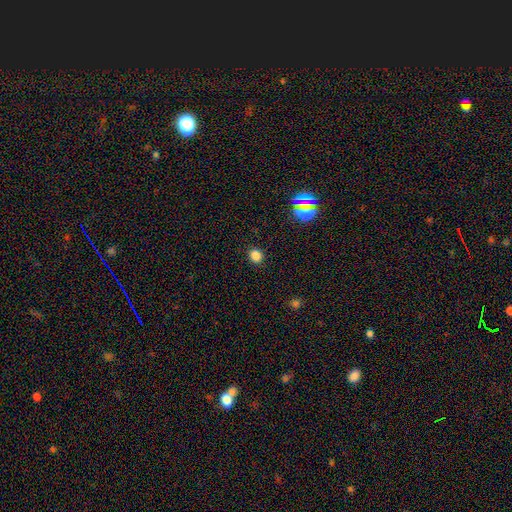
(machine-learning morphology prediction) smooth_or_featured: smooth (p=0.80) [alt: star or artifact p=0.16]
how_rounded: round (p=0.61) [alt: in between p=0.38]
merging: none (p=0.89) [alt: minor disturbance p=0.07]